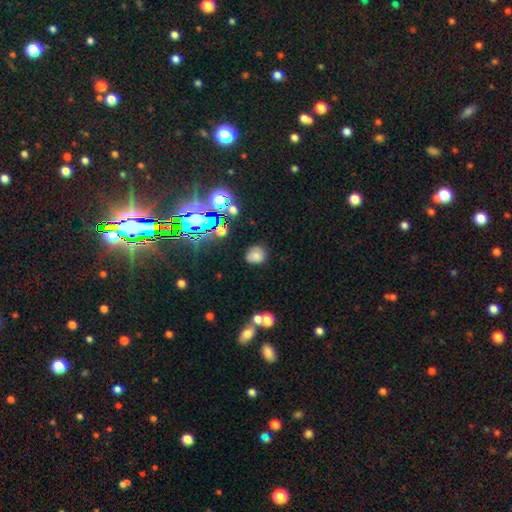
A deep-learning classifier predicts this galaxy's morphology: Smooth or featured: smooth — 73% (star or artifact — 17%)
How rounded: round — 73% (in between — 26%)
Merging: none — 77% (minor disturbance — 16%)